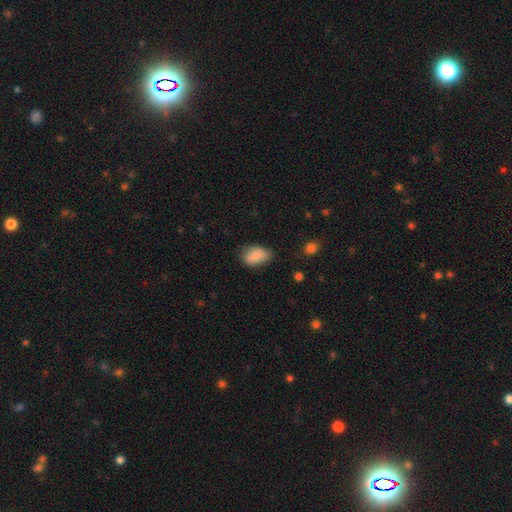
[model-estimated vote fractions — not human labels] A smooth galaxy with no disk features (84%) that is in between round and cigar-shaped (88%). Merging: none (61%).